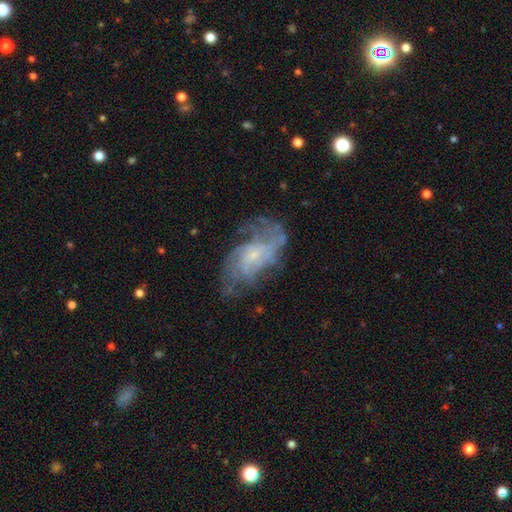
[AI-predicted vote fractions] Smooth or featured: featured or disk — 74% (smooth — 15%)
Edge-on disk: no — 95% (yes — 5%)
Bar: no — 65% (weak — 29%)
Spiral arms: yes — 89% (no — 11%)
Spiral winding: medium — 43% (tight — 36%)
Spiral arm count: can't tell — 35% (2 — 33%)
Bulge size: small — 65% (moderate — 23%)
Merging: none — 66% (minor disturbance — 20%)